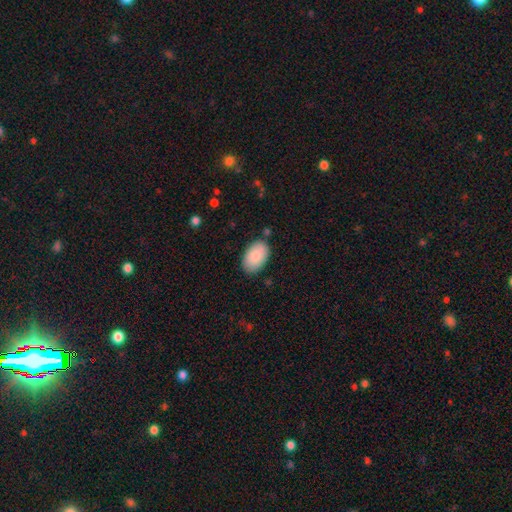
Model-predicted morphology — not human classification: This appears to be a smooth galaxy with no disk features (87%) that is in between round and cigar-shaped (94%). Merging: none (84%).